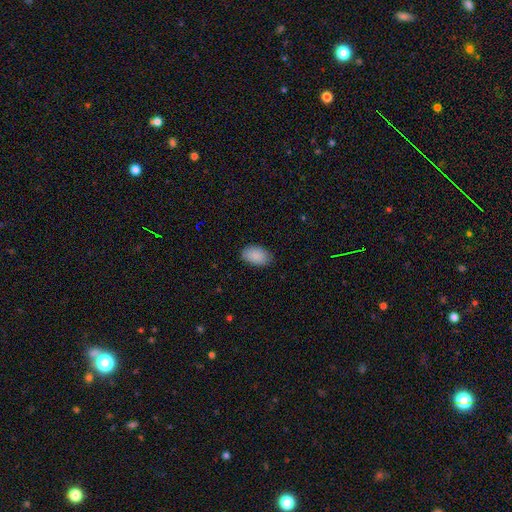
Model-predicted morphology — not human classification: Smooth or featured?
  - smooth: 90% *
  - star or artifact: 7%
  - featured or disk: 4%
How rounded?
  - in between: 92% *
  - round: 7%
  - cigar-shaped: 1%
Merging?
  - none: 84% *
  - minor disturbance: 12%
  - major disturbance: 2%
  - merger: 1%